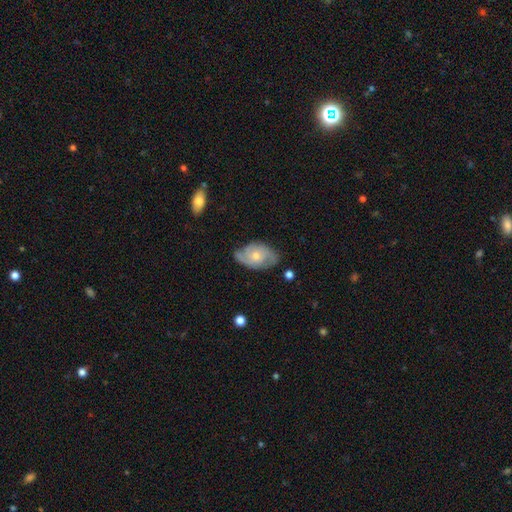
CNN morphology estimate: featured or disk 66%, smooth 28%, star or artifact 6%. Down the decision tree: edge-on disk — no (95%); bar — no (74%); spiral arms — yes (87%); spiral arm count — 2 (62%); spiral winding — medium (43%); bulge size — moderate (49%); merging — none (65%).